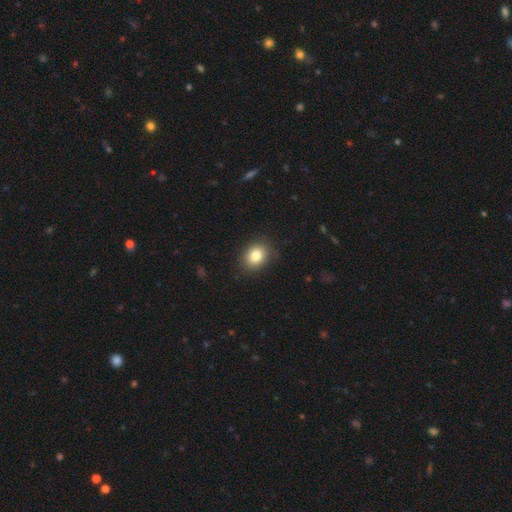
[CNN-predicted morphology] Smooth or featured: smooth — 82% (star or artifact — 10%)
How rounded: in between — 53% (round — 47%)
Merging: none — 85% (minor disturbance — 11%)